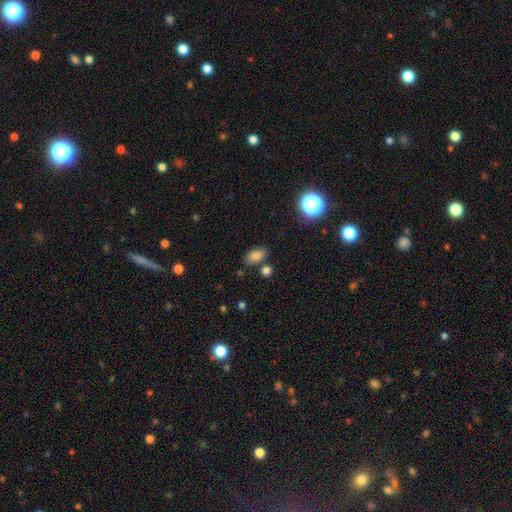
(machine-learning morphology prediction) Smooth or featured?
  - smooth: 79% *
  - star or artifact: 12%
  - featured or disk: 9%
How rounded?
  - in between: 87% *
  - round: 10%
  - cigar-shaped: 4%
Merging?
  - none: 75% *
  - minor disturbance: 13%
  - merger: 9%
  - major disturbance: 3%